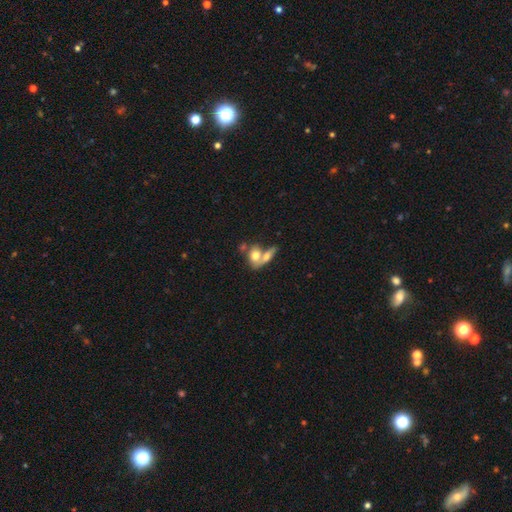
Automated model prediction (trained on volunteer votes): Q: Smooth or featured?
A: smooth (68%); runner-up: featured or disk (25%)
Q: How rounded?
A: in between (63%); runner-up: round (31%)
Q: Merging?
A: merger (65%); runner-up: none (22%)